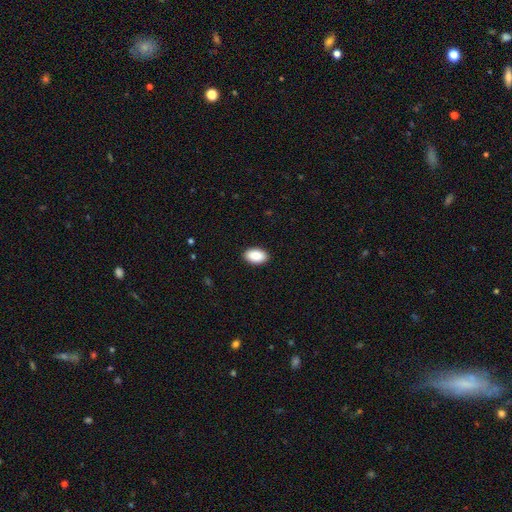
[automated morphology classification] This is clearly a smooth galaxy (89%). How rounded: clearly in between (93%). Merging: clearly none (91%).